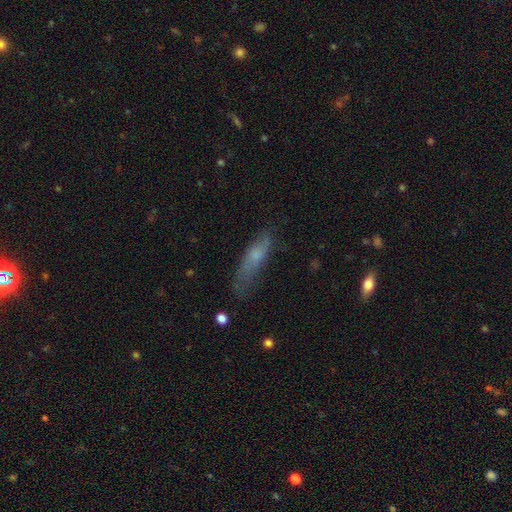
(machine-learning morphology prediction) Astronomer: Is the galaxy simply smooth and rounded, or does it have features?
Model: smooth — 59%.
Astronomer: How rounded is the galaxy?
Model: cigar-shaped — 63%.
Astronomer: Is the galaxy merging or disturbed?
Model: none — 56%.